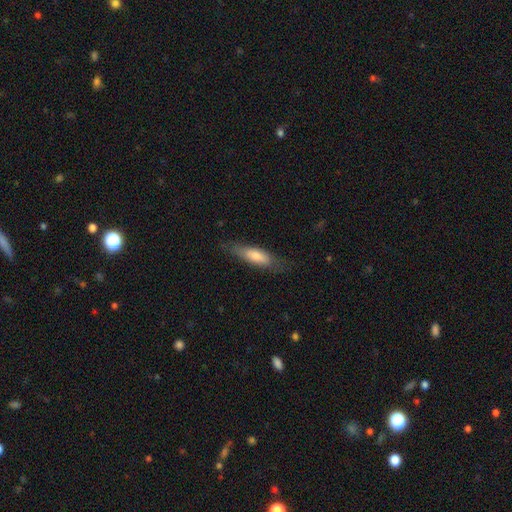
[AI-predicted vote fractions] Smooth or featured? Predicted: smooth (p=0.68). How rounded? Predicted: cigar-shaped (p=0.61). Merging? Predicted: none (p=0.74).